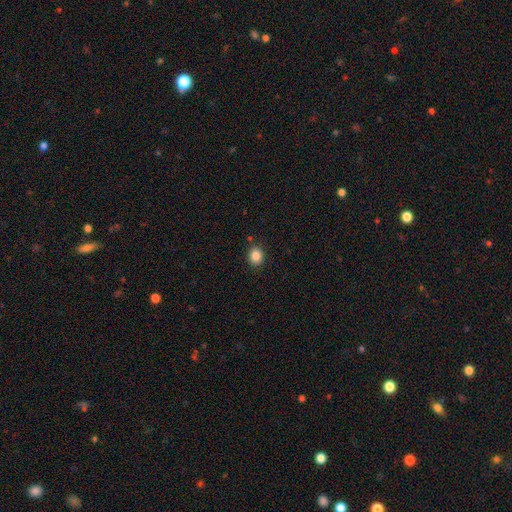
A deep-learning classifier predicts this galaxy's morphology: smooth 86%, star or artifact 10%, featured or disk 4%. Down the decision tree: how rounded — round (62%); merging — none (88%).